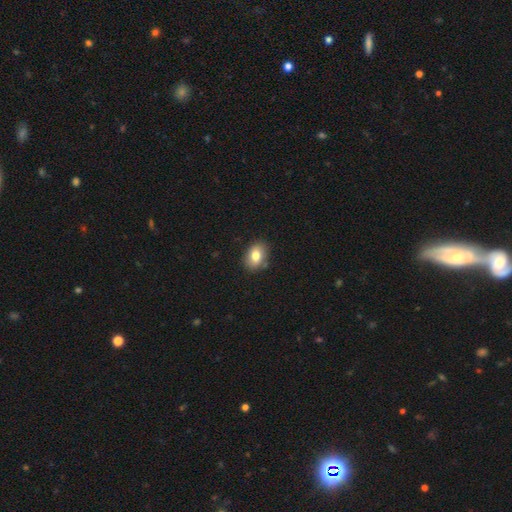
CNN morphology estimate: Q: Smooth or featured?
A: smooth (79%); runner-up: featured or disk (12%)
Q: How rounded?
A: in between (74%); runner-up: round (25%)
Q: Merging?
A: none (83%); runner-up: minor disturbance (12%)